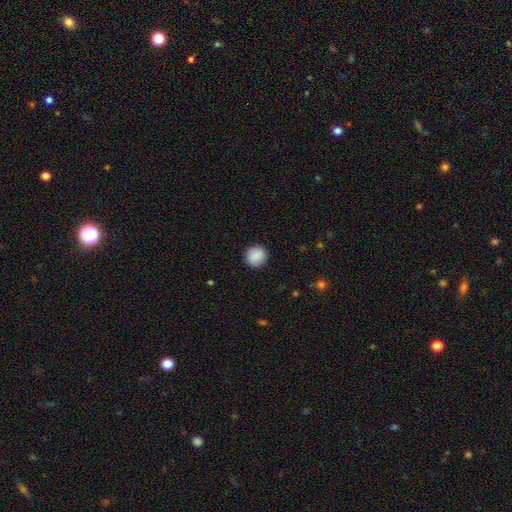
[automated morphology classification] A smooth galaxy with no disk features (88%) that is round (91%). Merging: none (90%).